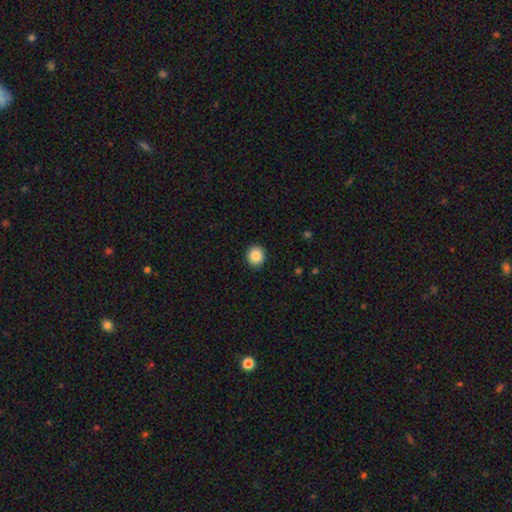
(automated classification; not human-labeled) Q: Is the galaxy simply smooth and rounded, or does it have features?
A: smooth — 86%.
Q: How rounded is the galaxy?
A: round — 87%.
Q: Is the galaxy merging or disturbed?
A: none — 92%.